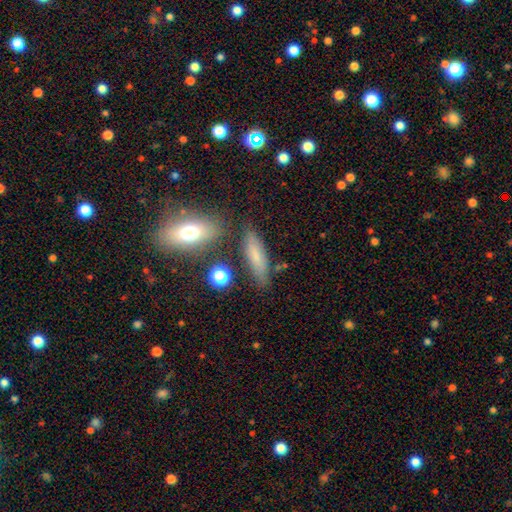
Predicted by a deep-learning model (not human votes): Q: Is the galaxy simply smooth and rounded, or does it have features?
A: smooth — 68%.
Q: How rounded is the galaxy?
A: cigar-shaped — 57%.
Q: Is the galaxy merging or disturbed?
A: none — 76%.